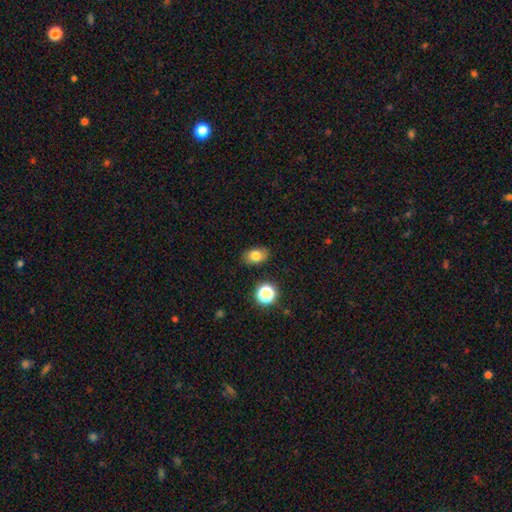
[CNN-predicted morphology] type=smooth (79%); roundness=in between (79%); merging=none (86%).